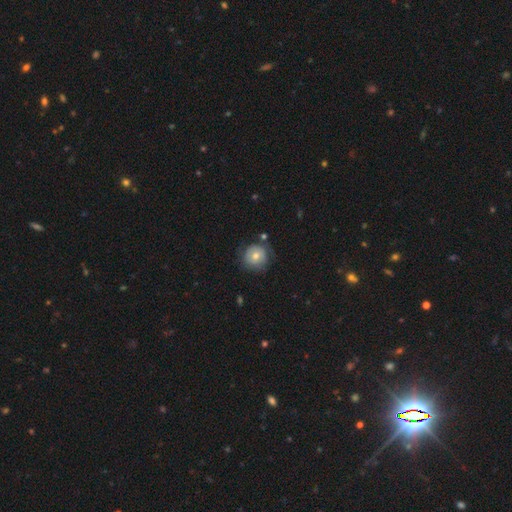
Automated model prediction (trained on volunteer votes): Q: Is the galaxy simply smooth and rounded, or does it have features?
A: smooth — 58%.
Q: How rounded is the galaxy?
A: round — 90%.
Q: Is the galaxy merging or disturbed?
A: none — 71%.